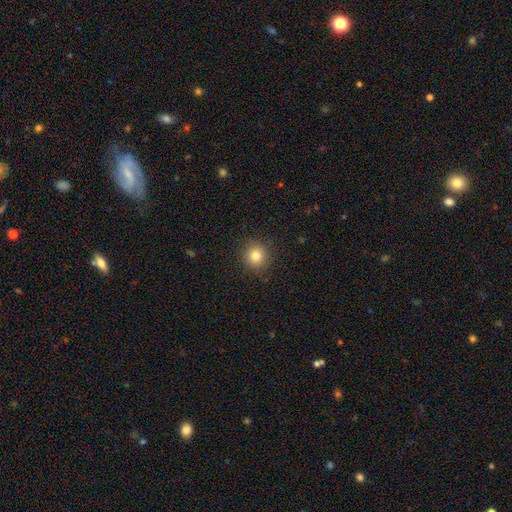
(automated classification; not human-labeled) This is clearly a smooth galaxy (81%). How rounded: clearly round (91%). Merging: clearly none (89%).